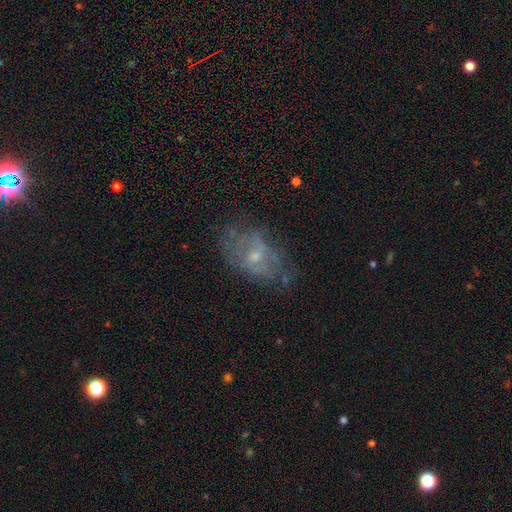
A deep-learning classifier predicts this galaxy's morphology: smooth-or-featured: featured or disk: 59% | smooth: 30% | star or artifact: 11%
  disk-edge-on: no: 95% | yes: 5%
    bar: no: 64% | weak: 30% | strong: 5%
    has-spiral-arms: no: 60% | yes: 40%
    bulge-size: small: 53% | moderate: 38% | none: 7% | large: 2% | dominant: 1%
  merging: none: 50% | minor disturbance: 26% | major disturbance: 22% | merger: 2%